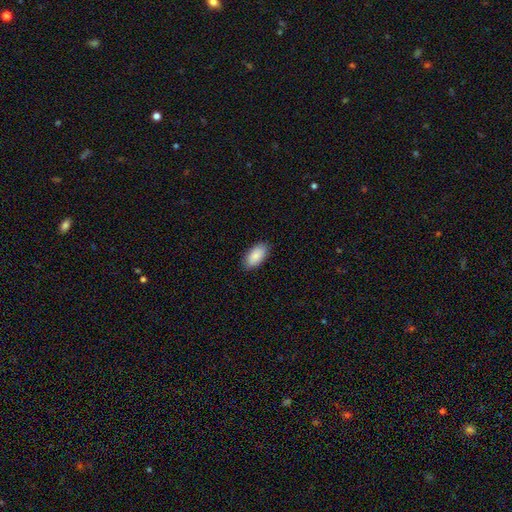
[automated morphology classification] This is clearly a smooth galaxy (87%). How rounded: clearly in between (94%). Merging: clearly none (88%).